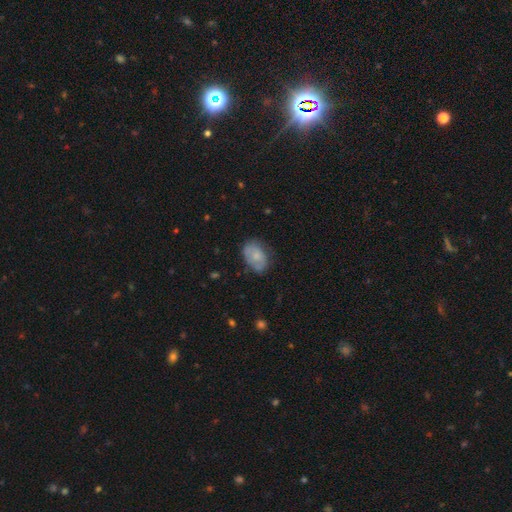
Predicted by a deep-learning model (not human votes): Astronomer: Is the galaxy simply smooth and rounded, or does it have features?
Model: smooth — 66%.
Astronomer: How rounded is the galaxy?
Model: in between — 84%.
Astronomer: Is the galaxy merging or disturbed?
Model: none — 64%.